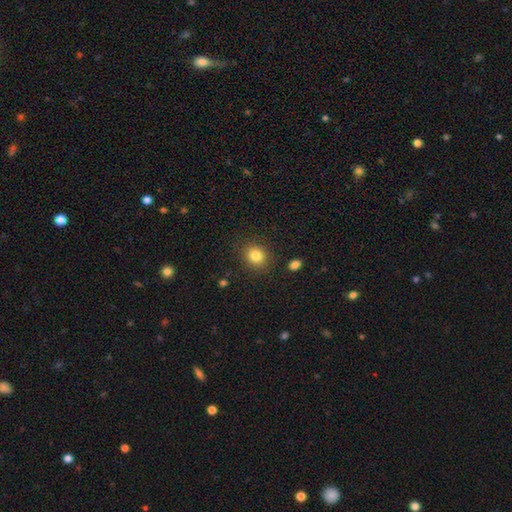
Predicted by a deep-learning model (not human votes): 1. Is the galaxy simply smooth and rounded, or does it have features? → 83% smooth, 11% star or artifact, 6% featured or disk.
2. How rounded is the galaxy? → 74% round, 25% in between, 1% cigar-shaped.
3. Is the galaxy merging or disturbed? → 87% none, 8% minor disturbance, 3% major disturbance, 2% merger.